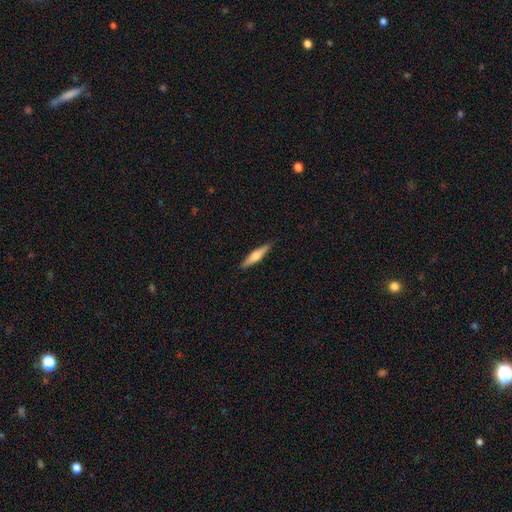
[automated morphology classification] The model was most divided on "smooth or featured": featured or disk: 49%, smooth: 46%, star or artifact: 6%. More confident: merging — none (90%).